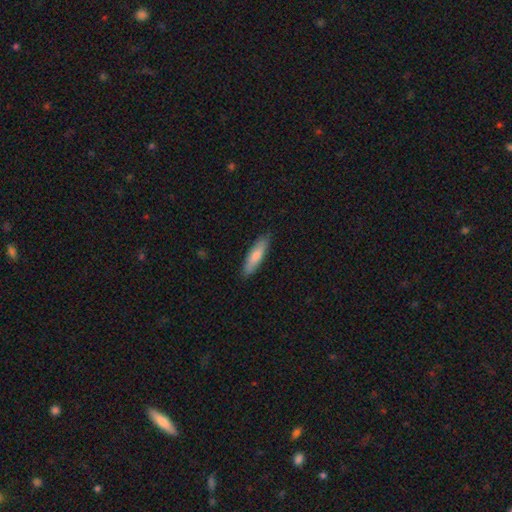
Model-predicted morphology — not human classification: Q: Smooth or featured?
A: smooth (78%); runner-up: featured or disk (17%)
Q: How rounded?
A: cigar-shaped (66%); runner-up: in between (32%)
Q: Merging?
A: none (85%); runner-up: minor disturbance (12%)